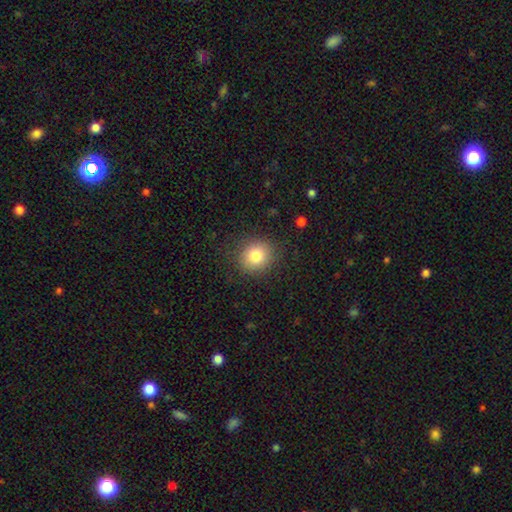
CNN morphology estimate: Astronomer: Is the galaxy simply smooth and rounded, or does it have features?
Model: smooth — 82%.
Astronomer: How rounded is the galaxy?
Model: round — 82%.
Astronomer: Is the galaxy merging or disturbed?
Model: none — 86%.